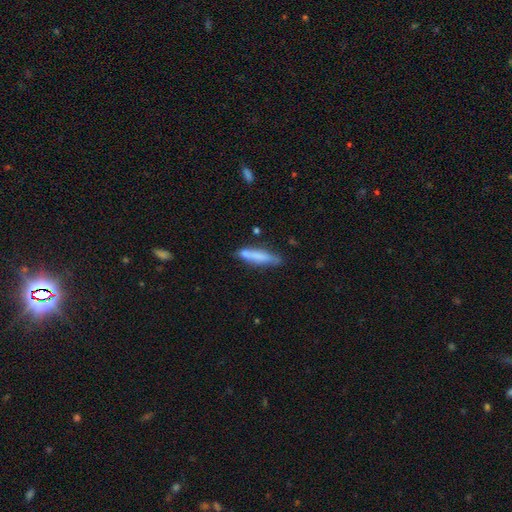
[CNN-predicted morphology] Smooth or featured?
  - smooth: 73% *
  - featured or disk: 20%
  - star or artifact: 7%
How rounded?
  - cigar-shaped: 85% *
  - in between: 13%
  - round: 1%
Merging?
  - none: 71% *
  - minor disturbance: 19%
  - merger: 6%
  - major disturbance: 4%